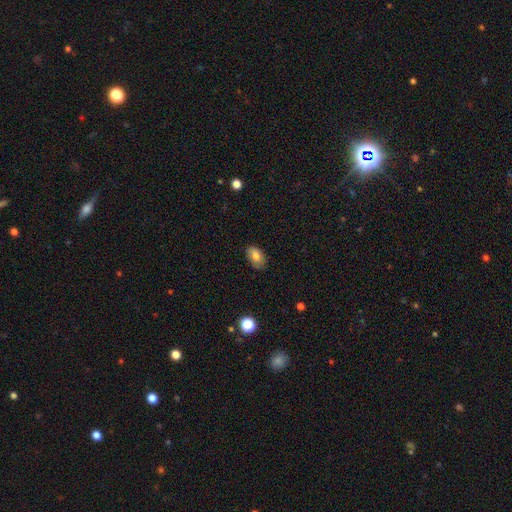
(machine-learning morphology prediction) smooth 78%, featured or disk 13%, star or artifact 9%. Down the decision tree: how rounded — in between (90%); merging — none (80%).